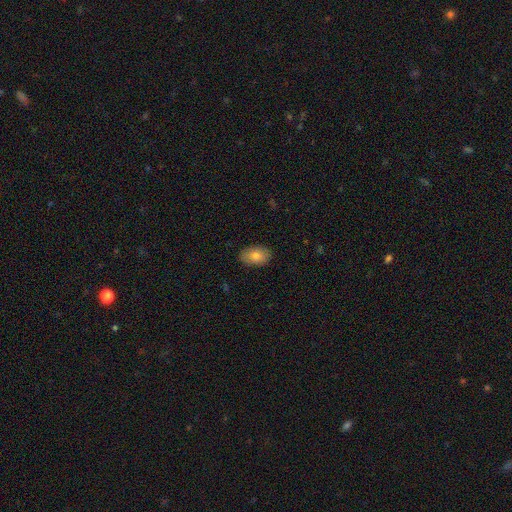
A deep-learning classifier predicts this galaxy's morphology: This appears to be a smooth galaxy with no disk features (81%) that is in between round and cigar-shaped (88%). Merging: none (87%).